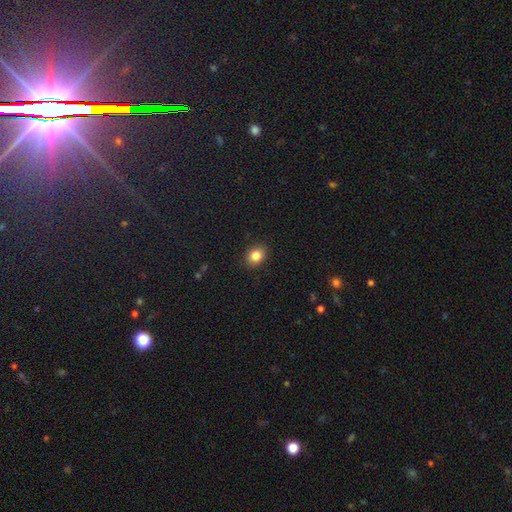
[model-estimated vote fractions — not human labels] Smooth or featured?
  - smooth: 84% *
  - star or artifact: 10%
  - featured or disk: 6%
How rounded?
  - in between: 56% *
  - round: 43%
  - cigar-shaped: 1%
Merging?
  - none: 89% *
  - minor disturbance: 8%
  - major disturbance: 2%
  - merger: 1%